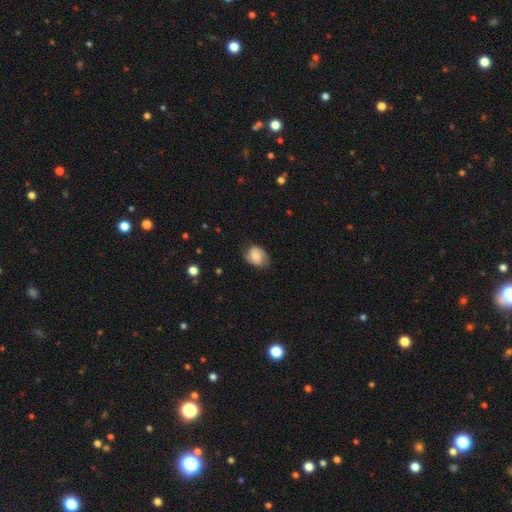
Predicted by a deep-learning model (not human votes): Smooth or featured?
  - smooth: 60% *
  - featured or disk: 32%
  - star or artifact: 8%
How rounded?
  - in between: 65% *
  - round: 34%
  - cigar-shaped: 1%
Merging?
  - none: 69% *
  - minor disturbance: 24%
  - major disturbance: 6%
  - merger: 1%